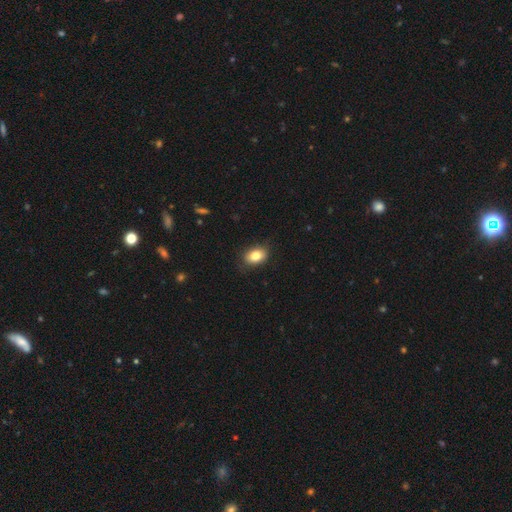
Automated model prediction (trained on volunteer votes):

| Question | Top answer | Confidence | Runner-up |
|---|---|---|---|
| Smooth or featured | smooth | 83% | star or artifact (9%) |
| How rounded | in between | 75% | round (24%) |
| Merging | none | 82% | minor disturbance (14%) |